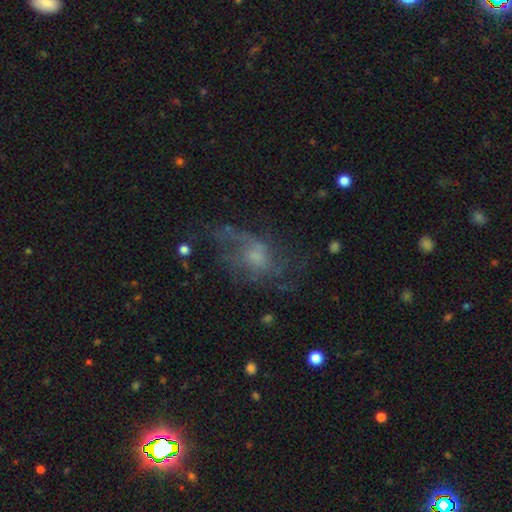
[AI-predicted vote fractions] A featured or disk galaxy (62%) with no bar (69%), spiral arms (69%) and a small central bulge (44%). Merging: none (44%).